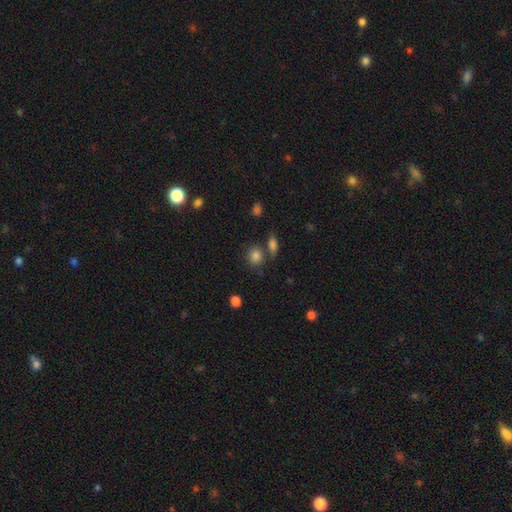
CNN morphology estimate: A smooth galaxy with no disk features (83%) that is round (72%).

Vote fractions:
- Smooth or featured? smooth: 83% / star or artifact: 11% / featured or disk: 6%
- How rounded? round: 72% / in between: 27% / cigar-shaped: 2%
- Merging? none: 66% / merger: 17% / minor disturbance: 12% / major disturbance: 5%